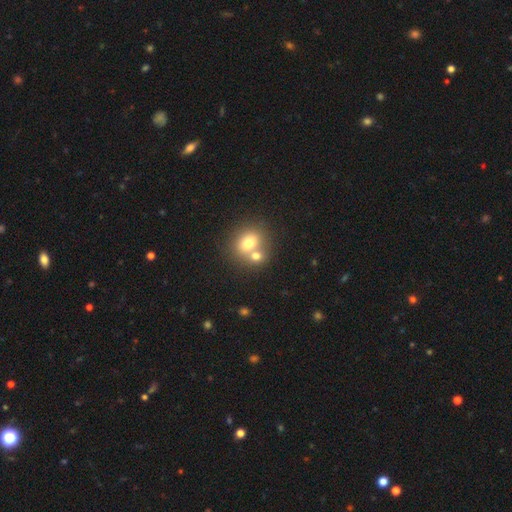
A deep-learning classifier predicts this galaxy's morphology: smooth 72%, featured or disk 17%, star or artifact 11%. Down the decision tree: how rounded — round (62%); merging — merger (53%).